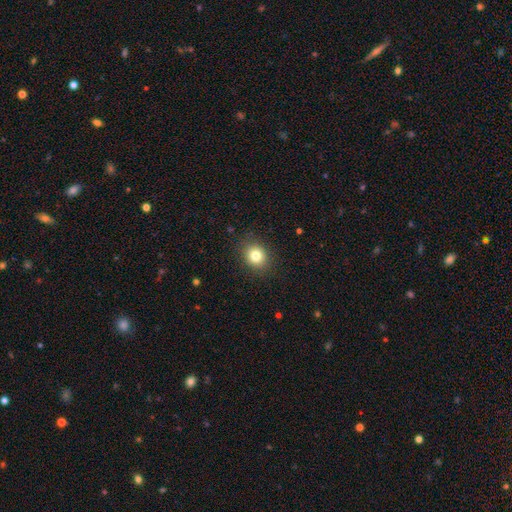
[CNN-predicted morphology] A smooth galaxy with no disk features (81%) that is round (69%). Merging: none (88%).